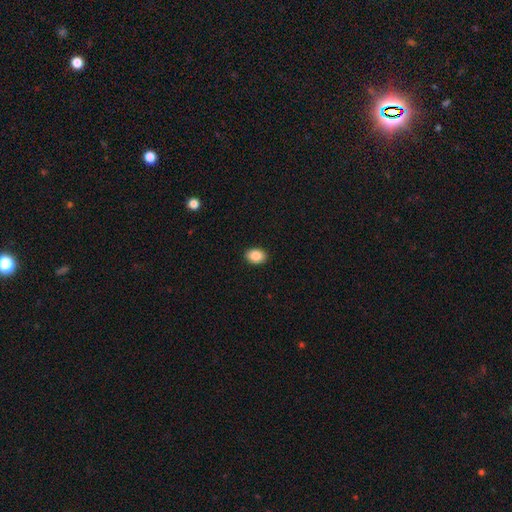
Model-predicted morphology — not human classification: type=smooth (87%); roundness=in between (74%); merging=none (91%).